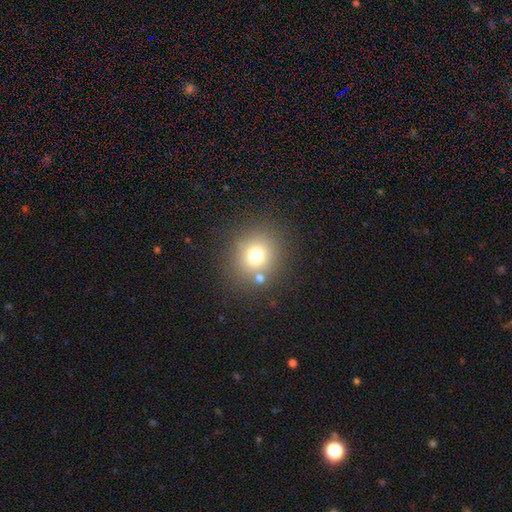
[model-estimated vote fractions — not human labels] Morphology: type=smooth (72%); roundness=round (83%); merging=none (78%).